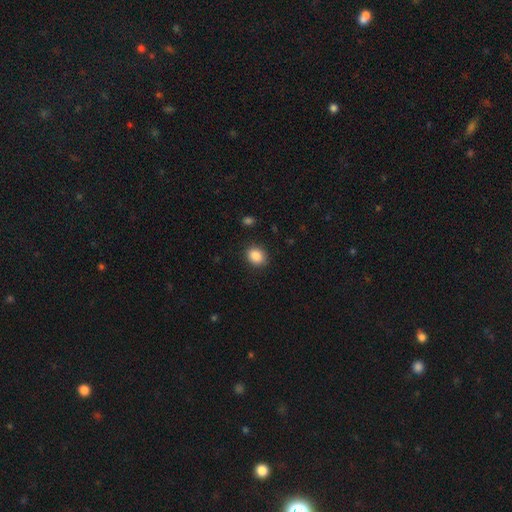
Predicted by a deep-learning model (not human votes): A smooth galaxy with no disk features (88%) that is round (50%).

Vote fractions:
- Smooth or featured? smooth: 88% / star or artifact: 9% / featured or disk: 4%
- How rounded? round: 50% / in between: 49% / cigar-shaped: 1%
- Merging? none: 88% / minor disturbance: 9% / major disturbance: 3% / merger: 1%